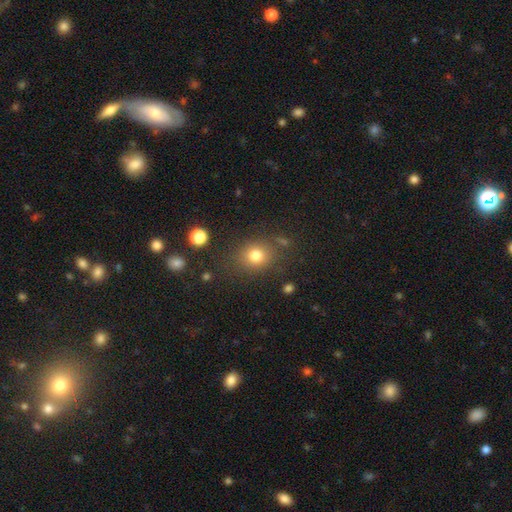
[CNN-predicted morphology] A smooth galaxy with no disk features (78%) that is round (72%). Merging: none (80%).